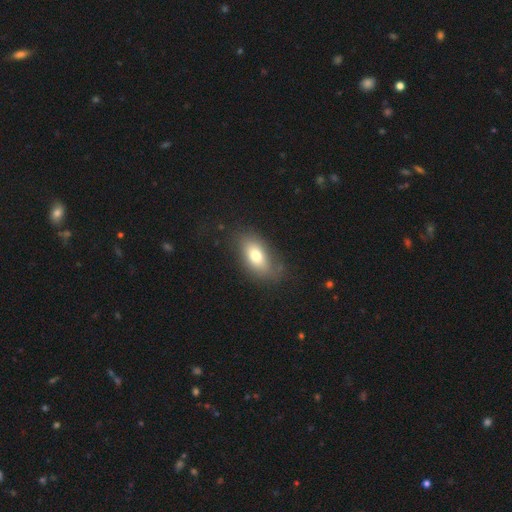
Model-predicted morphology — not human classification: smooth_or_featured: smooth (p=0.73) [alt: featured or disk p=0.18]
how_rounded: in between (p=0.88) [alt: round p=0.07]
merging: none (p=0.71) [alt: minor disturbance p=0.19]